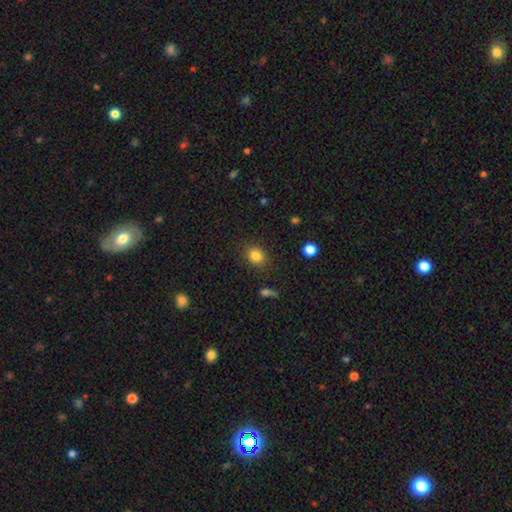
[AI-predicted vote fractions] This is clearly a smooth galaxy (83%). How rounded: possibly round (57%). Merging: clearly none (86%).